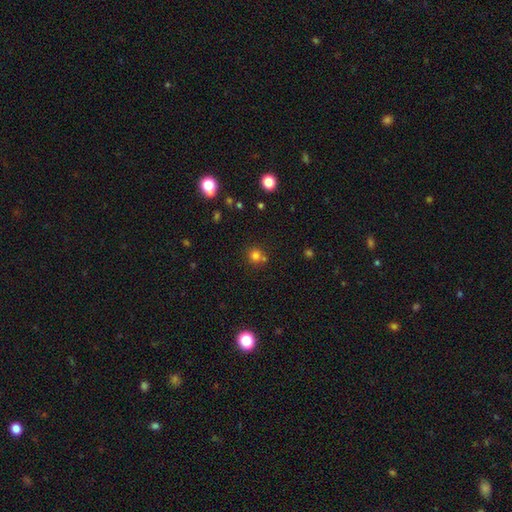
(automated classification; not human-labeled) Smooth or featured? smooth (76%)
How rounded? round (90%)
Merging? none (65%)